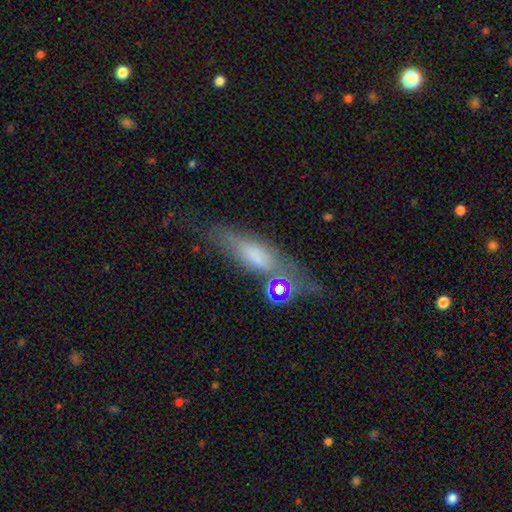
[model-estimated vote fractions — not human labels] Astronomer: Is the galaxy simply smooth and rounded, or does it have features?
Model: smooth — 54% (runner-up: featured or disk, 34%).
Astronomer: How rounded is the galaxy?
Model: cigar-shaped — 50% (runner-up: in between, 45%).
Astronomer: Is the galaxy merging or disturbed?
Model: none — 45% (runner-up: minor disturbance, 24%).